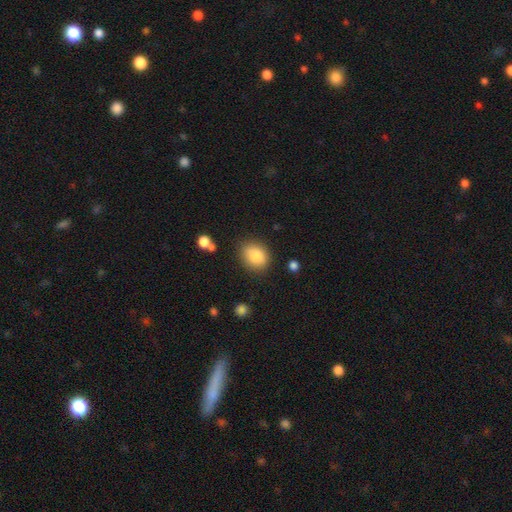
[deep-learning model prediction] Q: Smooth or featured?
A: smooth (85%); runner-up: star or artifact (8%)
Q: How rounded?
A: in between (54%); runner-up: round (45%)
Q: Merging?
A: none (80%); runner-up: minor disturbance (13%)